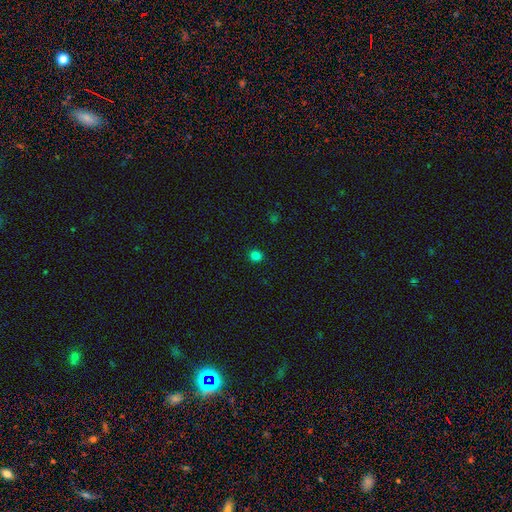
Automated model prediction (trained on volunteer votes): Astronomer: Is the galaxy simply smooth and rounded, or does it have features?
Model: smooth — 81%.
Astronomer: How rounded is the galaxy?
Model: round — 89%.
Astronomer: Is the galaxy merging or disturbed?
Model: none — 92%.